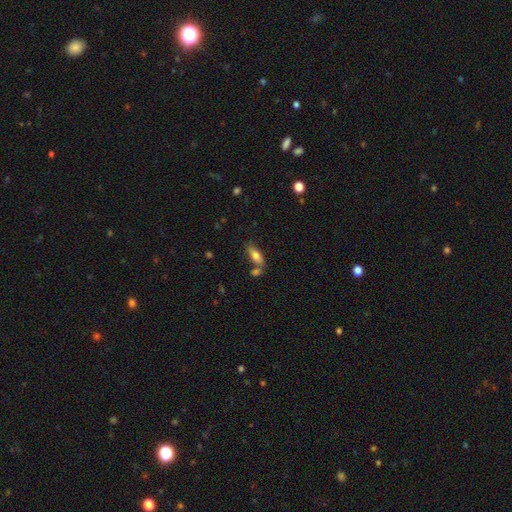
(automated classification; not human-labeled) Overall: smooth (72%). How rounded: in between (68%; cigar-shaped 29%). Merging: none (63%).